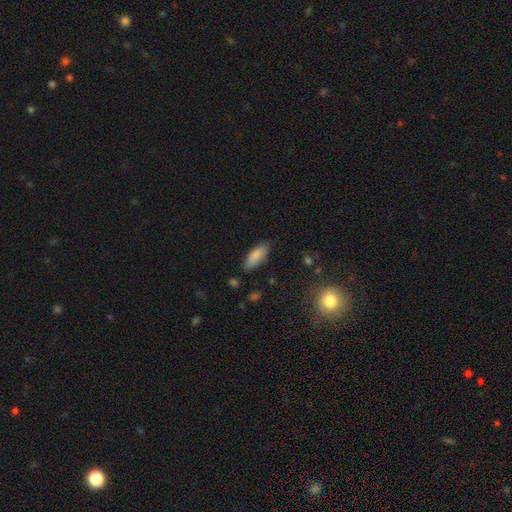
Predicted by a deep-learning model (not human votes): Smooth or featured? Predicted: smooth (p=0.86). How rounded? Predicted: in between (p=0.73). Merging? Predicted: none (p=0.80).